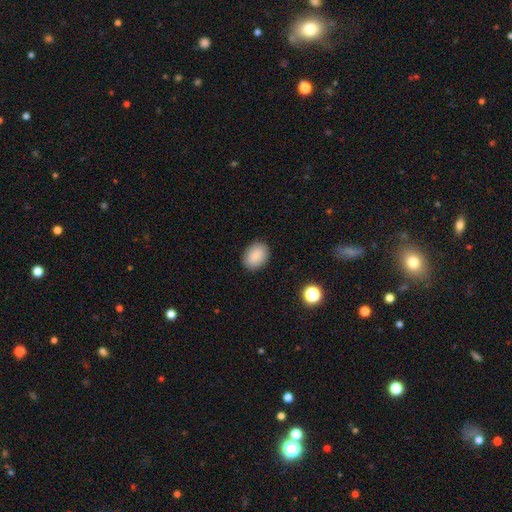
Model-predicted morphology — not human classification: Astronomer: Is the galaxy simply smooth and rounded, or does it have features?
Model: smooth — 88%.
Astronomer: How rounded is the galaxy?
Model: in between — 73%.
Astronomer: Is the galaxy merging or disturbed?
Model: none — 88%.